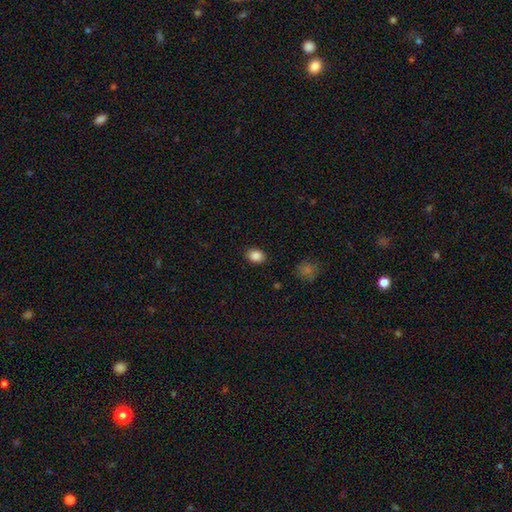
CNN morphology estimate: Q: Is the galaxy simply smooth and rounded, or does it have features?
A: smooth — 87%.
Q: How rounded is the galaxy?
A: in between — 67%.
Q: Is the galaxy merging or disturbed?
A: none — 88%.